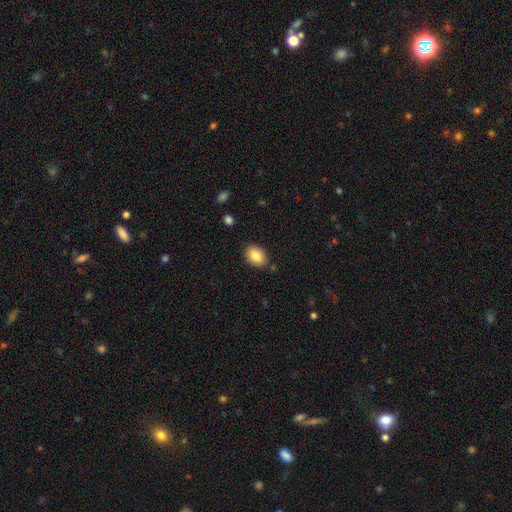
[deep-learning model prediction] Overall: smooth (85%). How rounded: in between (77%). Merging: none (86%).